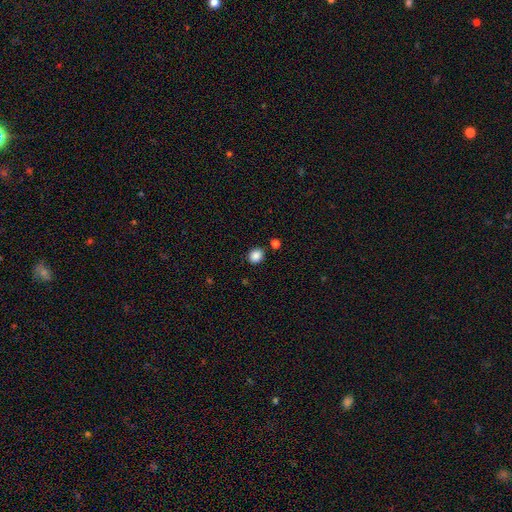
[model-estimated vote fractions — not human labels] smooth_or_featured: smooth (p=0.87) [alt: star or artifact p=0.10]
how_rounded: round (p=0.71) [alt: in between p=0.28]
merging: none (p=0.85) [alt: minor disturbance p=0.08]